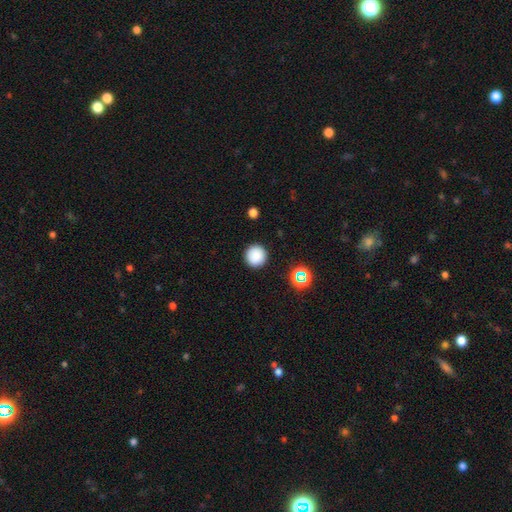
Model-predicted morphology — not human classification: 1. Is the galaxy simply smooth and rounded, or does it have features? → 85% smooth, 11% star or artifact, 4% featured or disk.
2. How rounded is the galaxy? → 95% round, 4% in between, 1% cigar-shaped.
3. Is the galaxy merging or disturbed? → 91% none, 5% minor disturbance, 2% major disturbance, 1% merger.